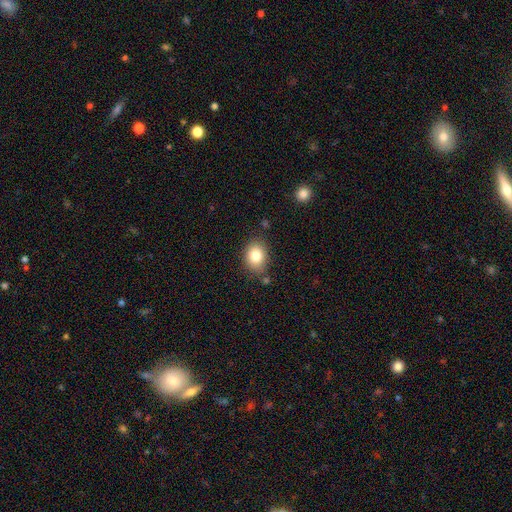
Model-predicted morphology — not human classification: smooth-or-featured: smooth: 81% | star or artifact: 10% | featured or disk: 9%
  how-rounded: in between: 59% | round: 40% | cigar-shaped: 1%
  merging: none: 78% | minor disturbance: 14% | merger: 4% | major disturbance: 3%